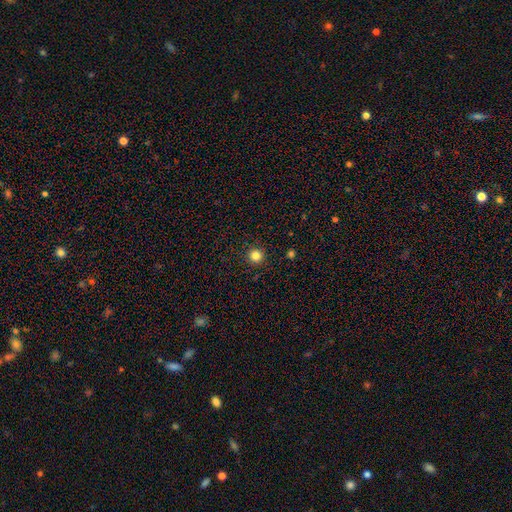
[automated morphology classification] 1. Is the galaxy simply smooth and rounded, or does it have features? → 83% smooth, 12% star or artifact, 4% featured or disk.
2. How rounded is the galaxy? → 95% round, 4% in between, 1% cigar-shaped.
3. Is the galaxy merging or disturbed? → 92% none, 5% minor disturbance, 2% major disturbance, 1% merger.